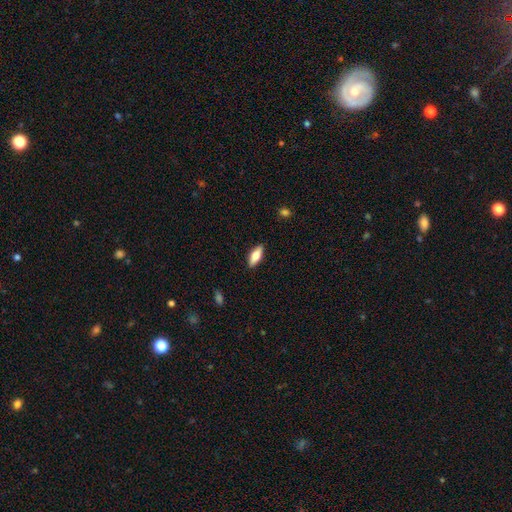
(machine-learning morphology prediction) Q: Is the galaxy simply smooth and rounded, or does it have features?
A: smooth — 73%.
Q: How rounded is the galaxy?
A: in between — 72%.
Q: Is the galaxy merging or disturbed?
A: none — 88%.